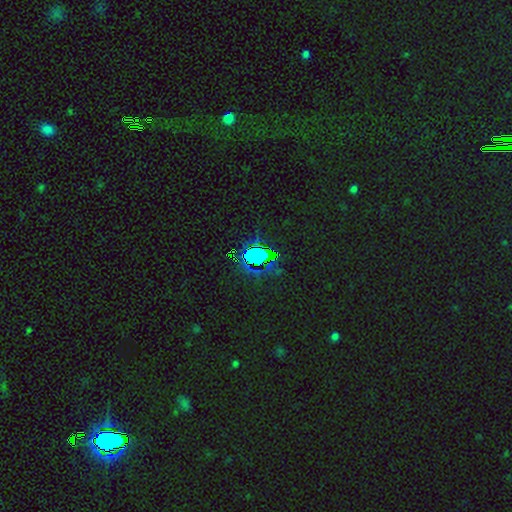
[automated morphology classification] The model was most divided on "smooth or featured": star or artifact: 70%, smooth: 20%, featured or disk: 10%.